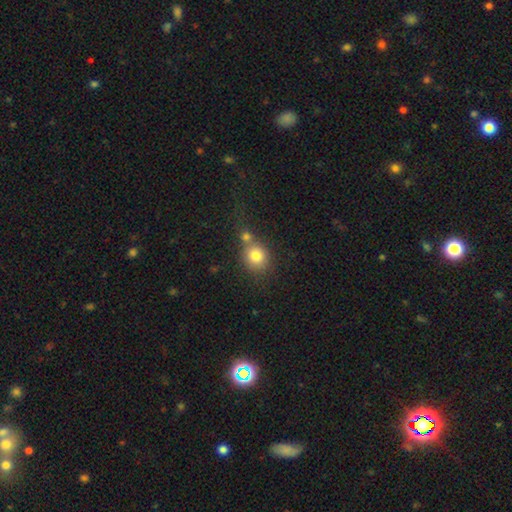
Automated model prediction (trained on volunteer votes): Overall: smooth (80%). How rounded: round (80%). Merging: none (46%; merger 38%).